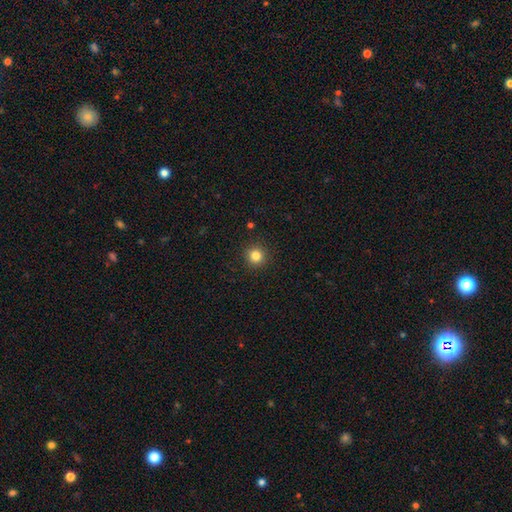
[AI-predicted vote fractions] Smooth or featured: smooth — 83% (star or artifact — 12%)
How rounded: round — 95% (in between — 4%)
Merging: none — 92% (minor disturbance — 5%)